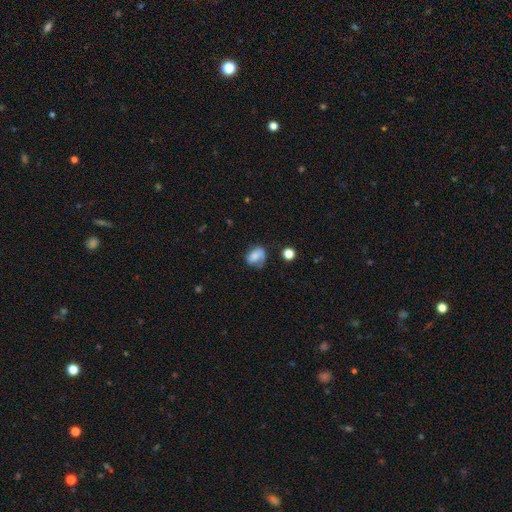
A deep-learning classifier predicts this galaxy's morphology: A smooth galaxy with no disk features (66%) that is in between round and cigar-shaped (65%). Merging: none (46%).